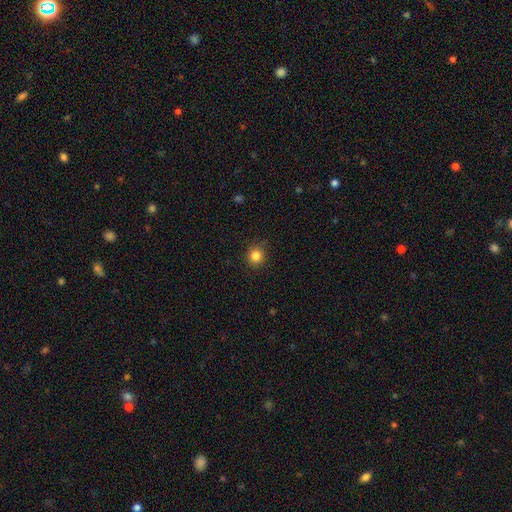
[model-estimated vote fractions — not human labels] The model was most divided on "smooth or featured": smooth: 84%, star or artifact: 12%, featured or disk: 4%. More confident: how rounded — round (91%); merging — none (88%).